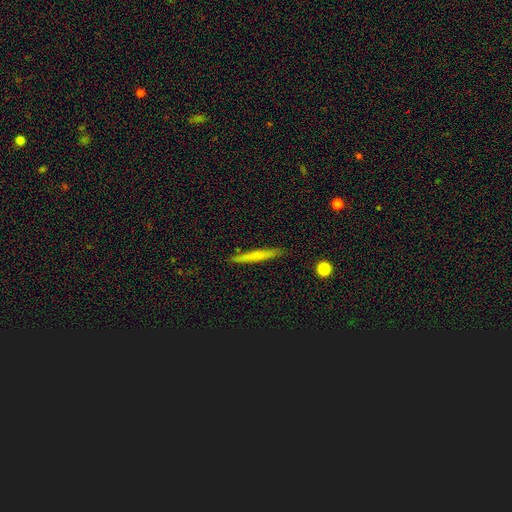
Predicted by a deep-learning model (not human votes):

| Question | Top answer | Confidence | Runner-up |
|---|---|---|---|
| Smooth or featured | smooth | 58% | featured or disk (35%) |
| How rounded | cigar-shaped | 95% | in between (3%) |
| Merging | none | 90% | minor disturbance (7%) |